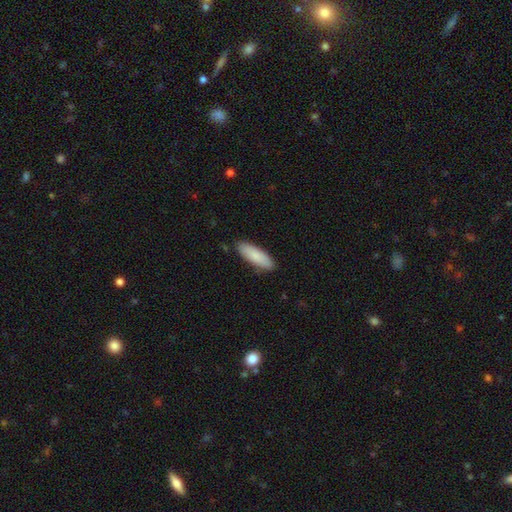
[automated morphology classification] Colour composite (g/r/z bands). It shows a smooth galaxy with no disk features (85%) that is in between round and cigar-shaped (54%). Merging: none (87%).